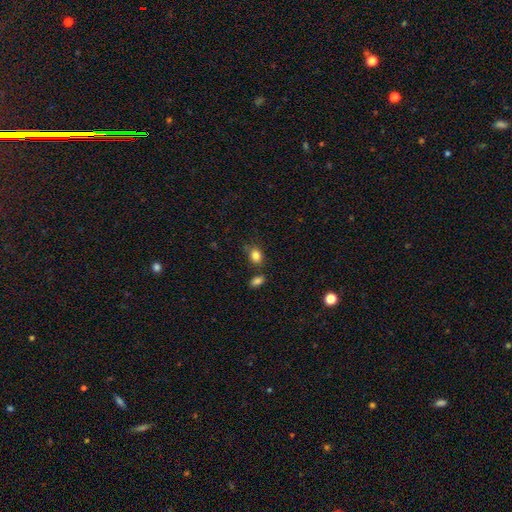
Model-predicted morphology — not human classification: Smooth or featured: smooth — 84% (star or artifact — 10%)
How rounded: in between — 59% (round — 40%)
Merging: none — 69% (minor disturbance — 17%)